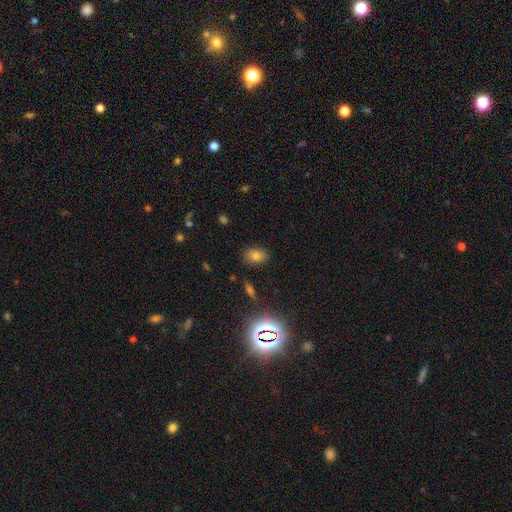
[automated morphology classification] This is likely a smooth galaxy (73%). How rounded: likely in between (79%). Merging: clearly none (85%).